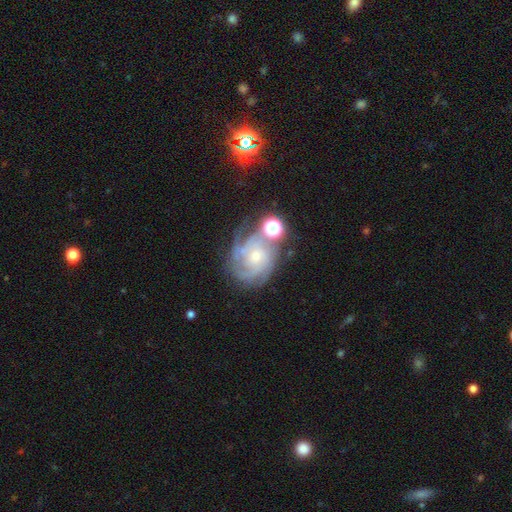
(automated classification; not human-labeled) This appears to be a featured or disk galaxy (79%) with no bar (76%), tight (62%) spiral arms (94%) and a small central bulge (67%). Merging: none (56%).